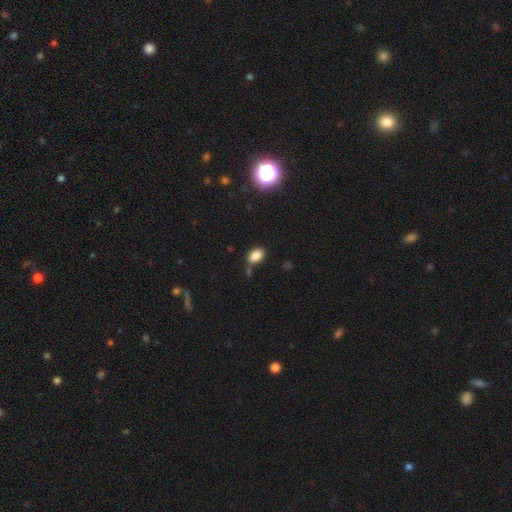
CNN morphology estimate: smooth_or_featured: smooth (p=0.84) [alt: star or artifact p=0.11]
how_rounded: in between (p=0.83) [alt: round p=0.15]
merging: none (p=0.67) [alt: minor disturbance p=0.19]